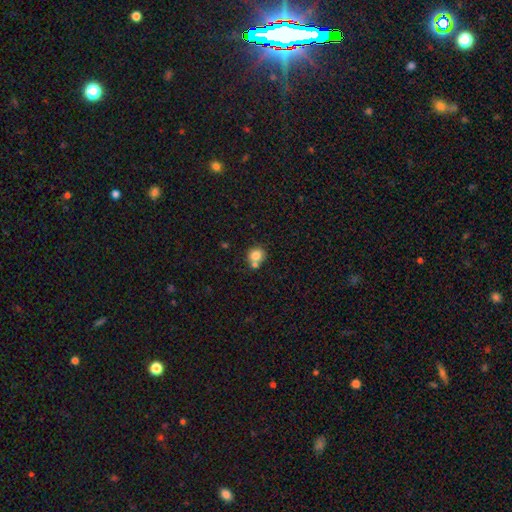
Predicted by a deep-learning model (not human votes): smooth-or-featured: smooth: 80% | star or artifact: 11% | featured or disk: 9%
  how-rounded: round: 84% | in between: 15% | cigar-shaped: 1%
  merging: none: 56% | merger: 31% | minor disturbance: 9% | major disturbance: 3%